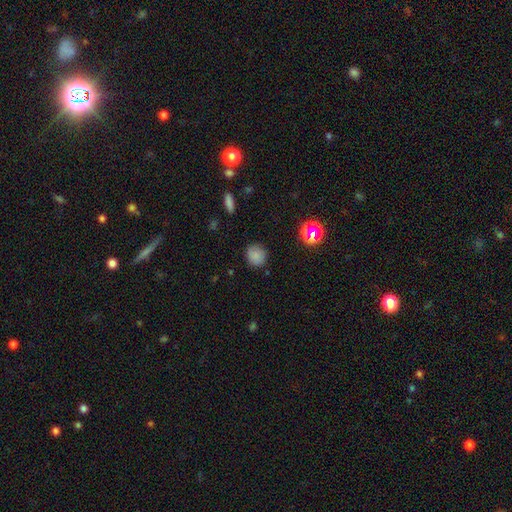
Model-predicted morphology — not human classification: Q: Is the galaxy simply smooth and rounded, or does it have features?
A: smooth — 80%.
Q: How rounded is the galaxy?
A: round — 87%.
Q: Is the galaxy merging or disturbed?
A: none — 84%.